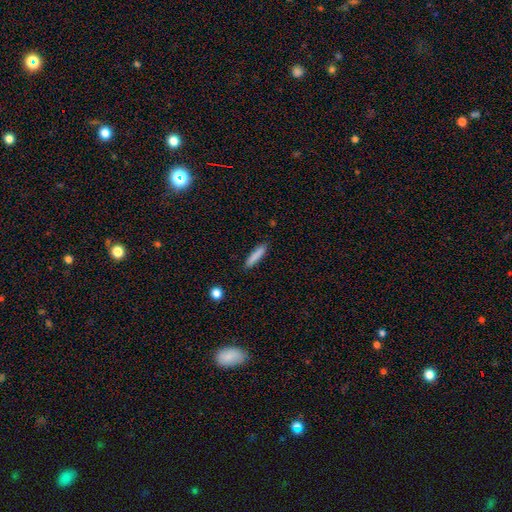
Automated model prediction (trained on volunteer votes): smooth 83%, featured or disk 10%, star or artifact 7%. Down the decision tree: how rounded — cigar-shaped (88%); merging — none (88%).